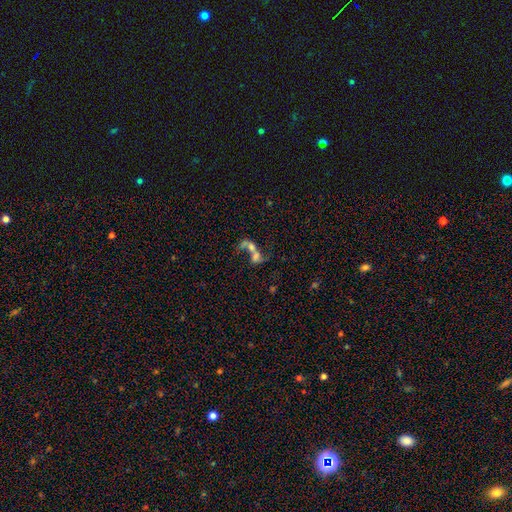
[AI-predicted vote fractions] Morphology: type=featured or disk (44%); merging=merger (72%).